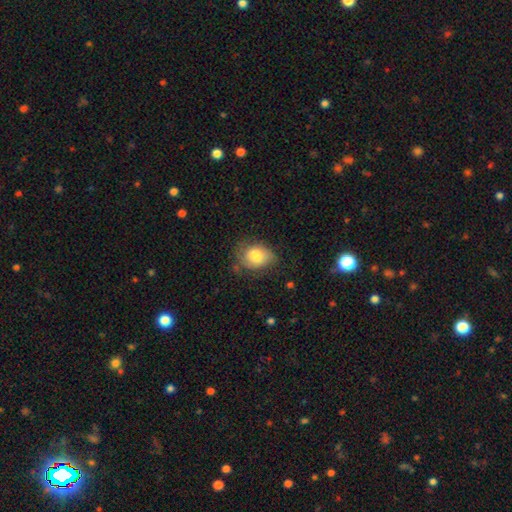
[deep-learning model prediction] This is likely a smooth galaxy (73%). How rounded: likely in between (67%). Merging: possibly none (52%).